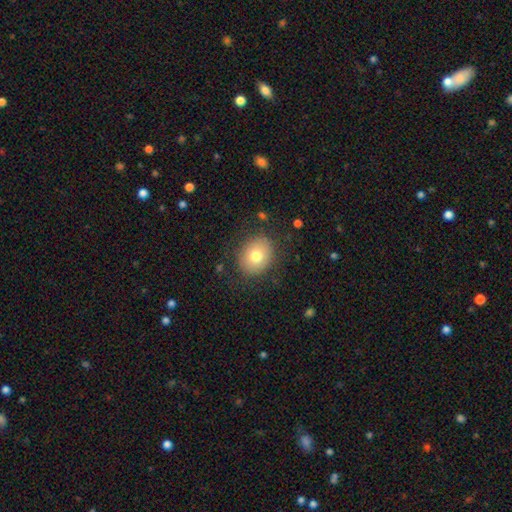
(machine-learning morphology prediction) A smooth galaxy with no disk features (75%) that is round (60%). Merging: none (83%).